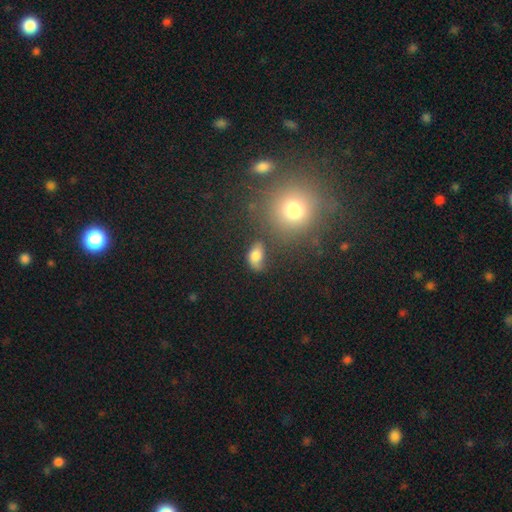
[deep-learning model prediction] Smooth or featured?
  - smooth: 75% *
  - featured or disk: 13%
  - star or artifact: 12%
How rounded?
  - in between: 83% *
  - round: 14%
  - cigar-shaped: 3%
Merging?
  - none: 51% *
  - minor disturbance: 26%
  - major disturbance: 12%
  - merger: 10%